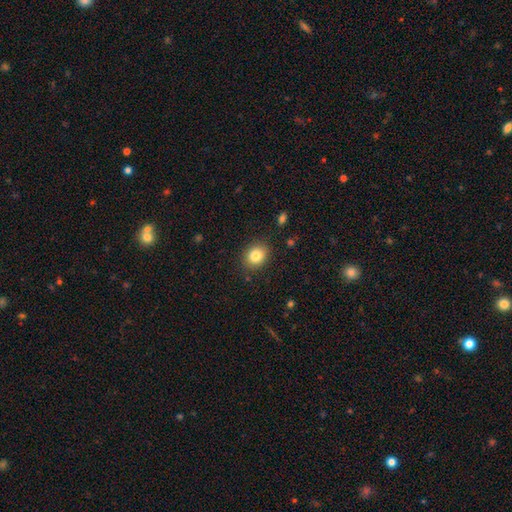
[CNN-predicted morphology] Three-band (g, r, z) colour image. It shows a smooth galaxy with no disk features (82%) that is round (61%). Merging: none (86%).